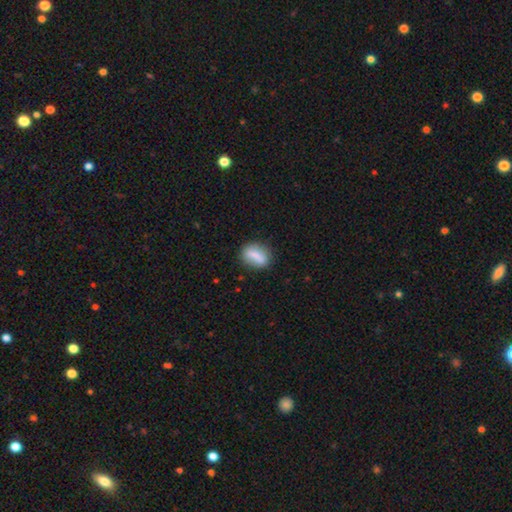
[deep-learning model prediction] A smooth galaxy with no disk features (72%) that is in between round and cigar-shaped (65%). Merging: none (74%).